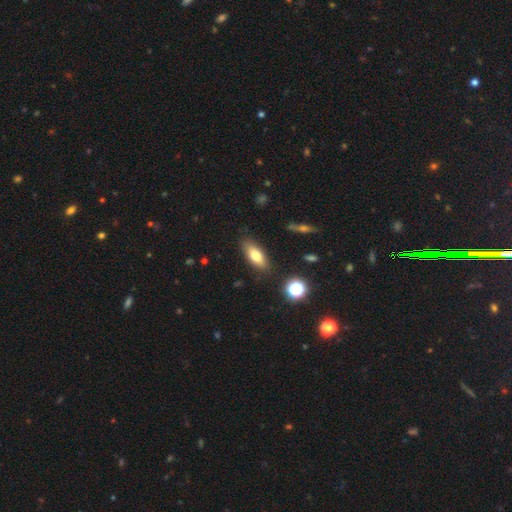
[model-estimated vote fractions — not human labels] A smooth galaxy with no disk features (74%) that is in between round and cigar-shaped (75%).

Vote fractions:
- Smooth or featured? smooth: 74% / featured or disk: 17% / star or artifact: 9%
- How rounded? in between: 75% / cigar-shaped: 22% / round: 4%
- Merging? none: 83% / minor disturbance: 12% / major disturbance: 3% / merger: 2%